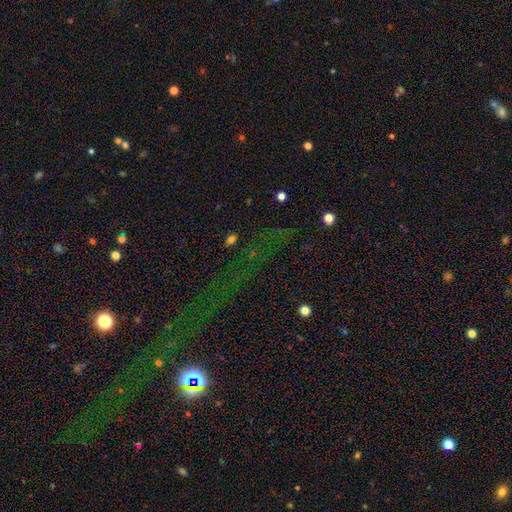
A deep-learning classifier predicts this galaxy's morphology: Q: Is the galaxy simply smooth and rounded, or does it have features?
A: star or artifact — 75%.